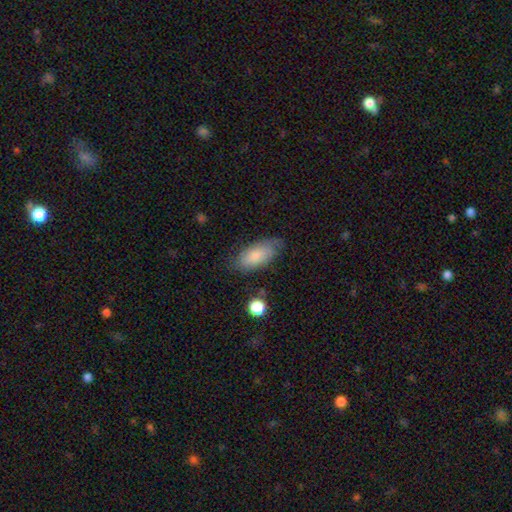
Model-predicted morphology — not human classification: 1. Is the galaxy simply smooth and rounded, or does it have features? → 78% smooth, 15% featured or disk, 7% star or artifact.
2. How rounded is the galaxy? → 90% in between, 8% cigar-shaped, 3% round.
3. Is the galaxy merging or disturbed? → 70% none, 22% minor disturbance, 6% major disturbance, 2% merger.